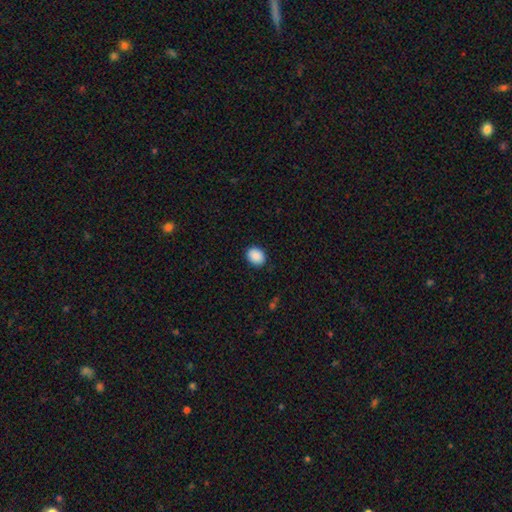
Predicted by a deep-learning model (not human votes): Smooth or featured?
  - smooth: 90% *
  - star or artifact: 8%
  - featured or disk: 3%
How rounded?
  - in between: 52% *
  - round: 47%
  - cigar-shaped: 1%
Merging?
  - none: 89% *
  - minor disturbance: 8%
  - major disturbance: 2%
  - merger: 1%